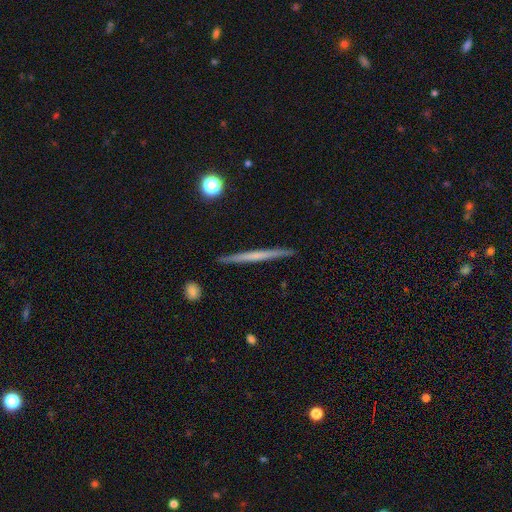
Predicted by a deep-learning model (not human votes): smooth-or-featured: featured or disk: 50% | smooth: 44% | star or artifact: 6%
  disk-edge-on: yes: 97% | no: 3%
  merging: none: 91% | minor disturbance: 6% | major disturbance: 1% | merger: 1%